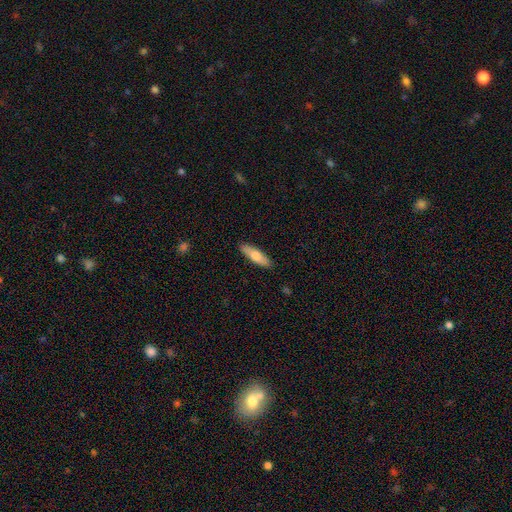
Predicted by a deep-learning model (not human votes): Smooth or featured: smooth — 68% (featured or disk — 27%)
How rounded: cigar-shaped — 58% (in between — 40%)
Merging: none — 90% (minor disturbance — 7%)